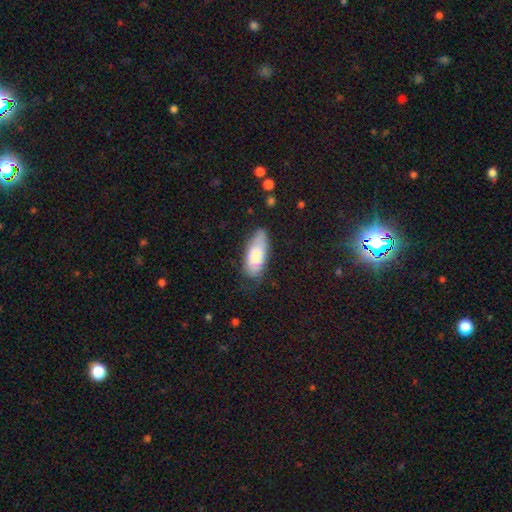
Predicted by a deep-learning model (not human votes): The model was most divided on "merging": none: 61%, minor disturbance: 29%, major disturbance: 8%, merger: 2%. More confident: how rounded — in between (81%); smooth or featured — smooth (73%).